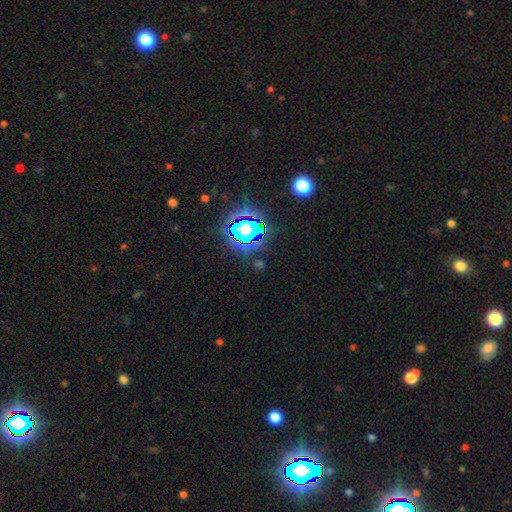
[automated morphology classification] Smooth or featured: star or artifact — 81% (smooth — 12%)